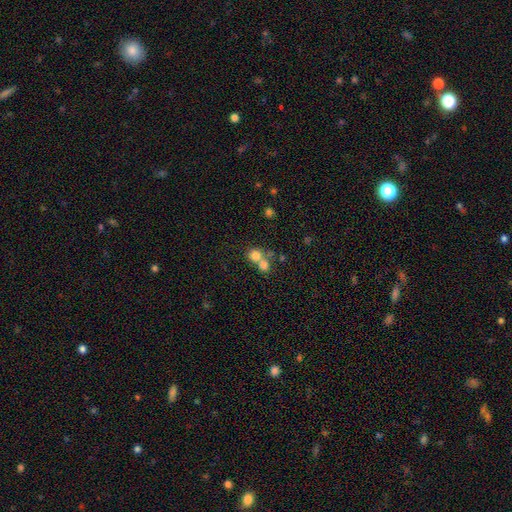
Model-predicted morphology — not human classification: type=smooth (77%); roundness=round (85%); merging=merger (52%).